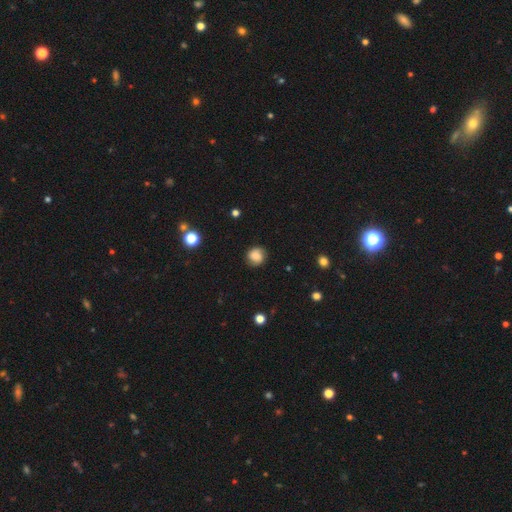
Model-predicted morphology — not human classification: Smooth or featured?
  - smooth: 78% *
  - featured or disk: 11%
  - star or artifact: 11%
How rounded?
  - round: 85% *
  - in between: 14%
  - cigar-shaped: 1%
Merging?
  - none: 80% *
  - minor disturbance: 14%
  - major disturbance: 4%
  - merger: 1%